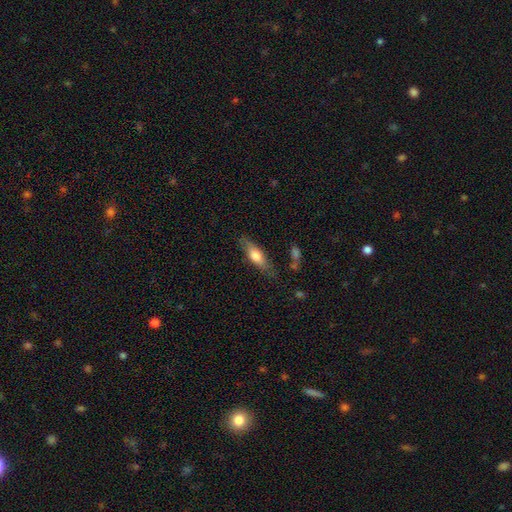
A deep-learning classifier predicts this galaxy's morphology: This appears to be a smooth galaxy with no disk features (63%) that is in between round and cigar-shaped (49%). Merging: none (74%).